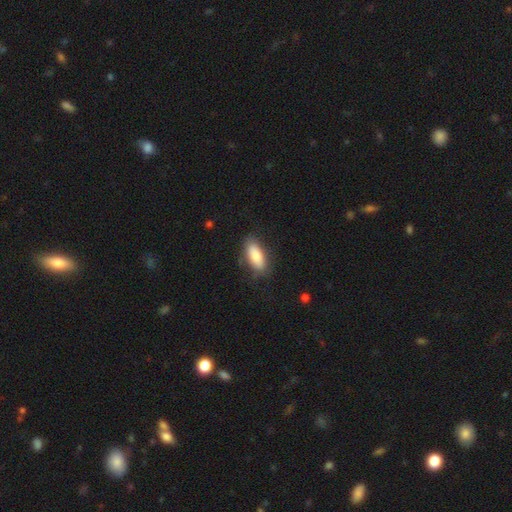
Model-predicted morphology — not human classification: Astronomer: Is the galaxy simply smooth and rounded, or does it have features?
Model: smooth — 81%.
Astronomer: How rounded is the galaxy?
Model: in between — 81%.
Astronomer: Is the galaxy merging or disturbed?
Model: none — 78%.